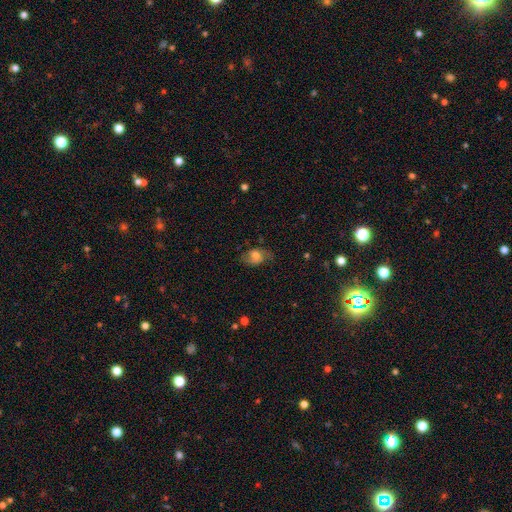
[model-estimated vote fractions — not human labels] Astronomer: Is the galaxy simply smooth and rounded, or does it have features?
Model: featured or disk — 48% (runner-up: smooth, 41%).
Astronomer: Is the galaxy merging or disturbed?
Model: none — 66%.